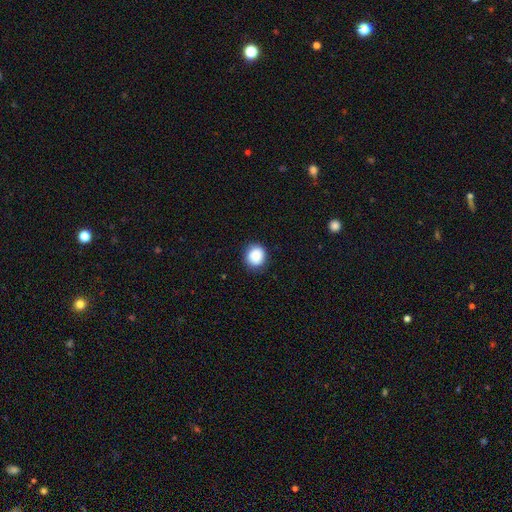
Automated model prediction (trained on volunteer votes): smooth 89%, star or artifact 8%, featured or disk 3%. Down the decision tree: how rounded — round (84%); merging — none (86%).